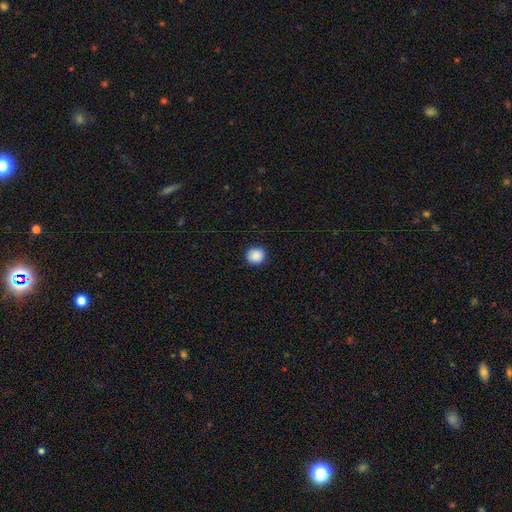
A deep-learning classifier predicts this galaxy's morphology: Q: Smooth or featured?
A: smooth (89%); runner-up: star or artifact (9%)
Q: How rounded?
A: round (85%); runner-up: in between (14%)
Q: Merging?
A: none (90%); runner-up: minor disturbance (7%)